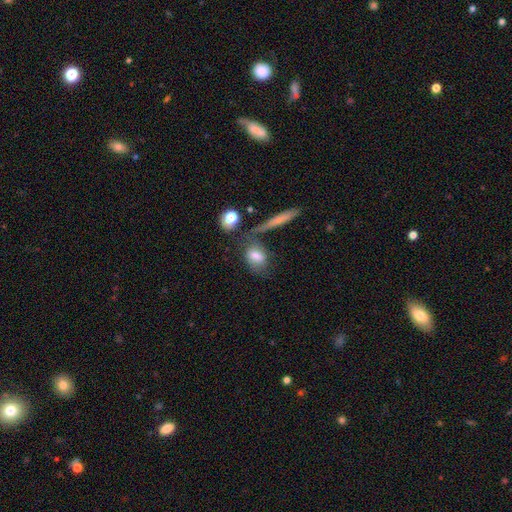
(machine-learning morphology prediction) The model was most divided on "merging": none: 54%, minor disturbance: 18%, merger: 18%, major disturbance: 9%. More confident: smooth or featured — smooth (73%); how rounded — in between (67%).